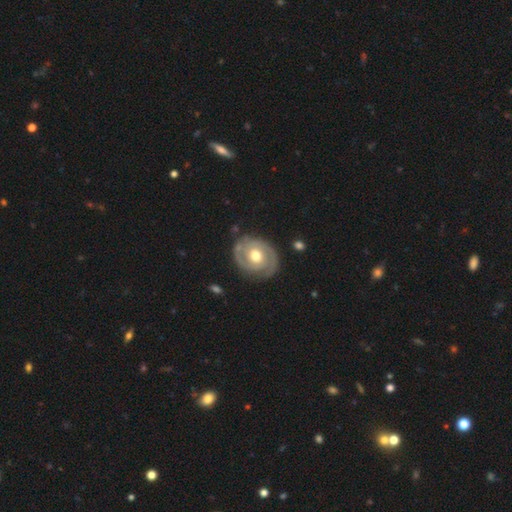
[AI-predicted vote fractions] Morphology: type=featured or disk (80%); edge-on=no (97%); bar=no (72%); spiral arms=yes (86%); winding=tight (67%); arm count=2 (73%); bulge=moderate (76%); merging=none (79%).